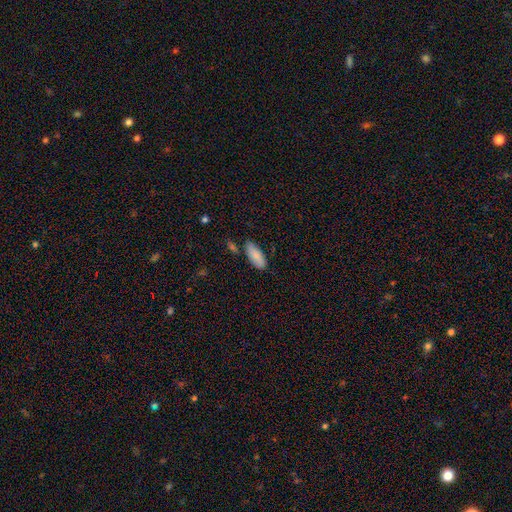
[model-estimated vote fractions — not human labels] smooth_or_featured: smooth (p=0.85) [alt: featured or disk p=0.08]
how_rounded: in between (p=0.81) [alt: cigar-shaped p=0.17]
merging: none (p=0.75) [alt: minor disturbance p=0.17]